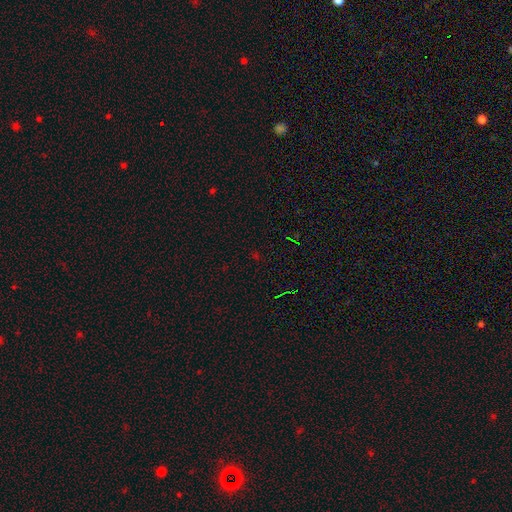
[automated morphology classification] Smooth or featured? Predicted: star or artifact (p=0.69).